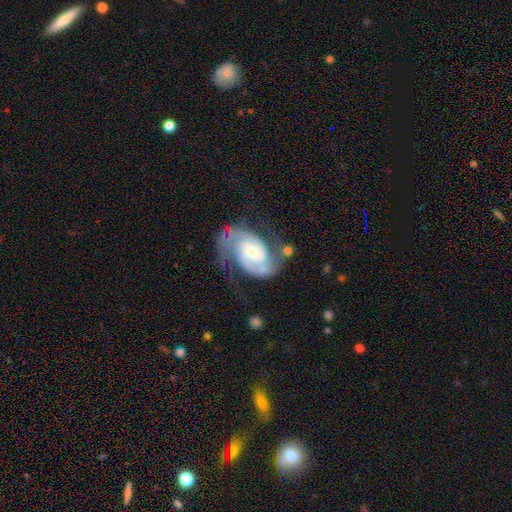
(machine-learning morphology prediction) featured or disk 89%, smooth 7%, star or artifact 5%. Down the decision tree: edge-on disk — no (97%); bar — weak (53%); spiral arms — yes (97%); spiral arm count — 2 (83%); spiral winding — medium (47%); bulge size — small (47%); merging — none (58%).